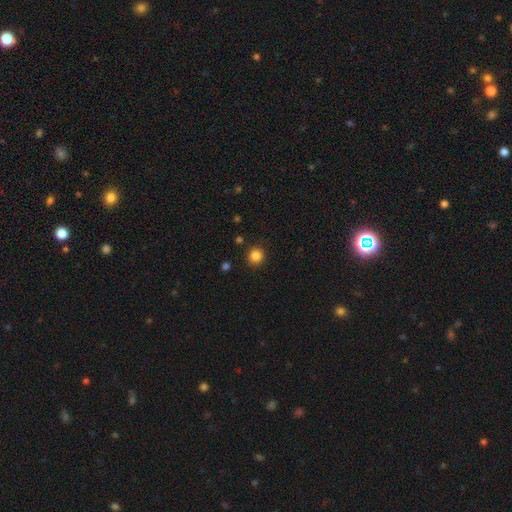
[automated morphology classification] The model was most divided on "smooth or featured": smooth: 85%, star or artifact: 11%, featured or disk: 4%. More confident: how rounded — round (92%); merging — none (90%).